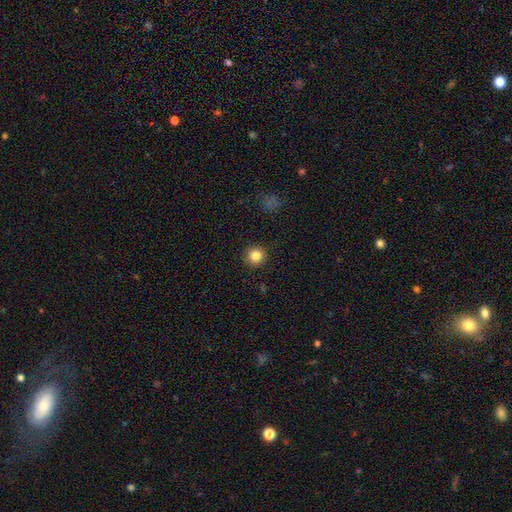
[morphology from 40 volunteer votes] This appears to be a smooth galaxy with no disk features (88%) that is round (100%). Merging: none (81%).